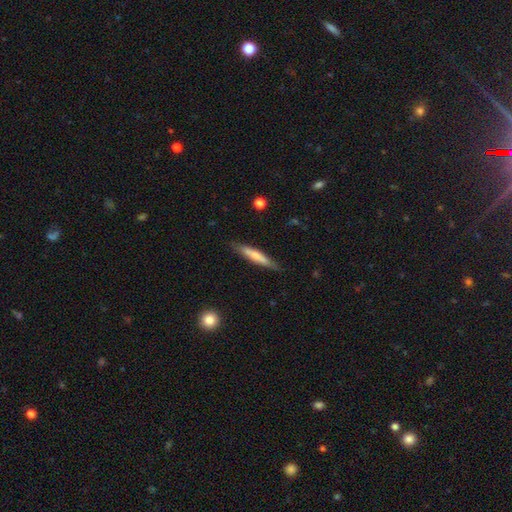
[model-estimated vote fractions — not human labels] This is possibly a smooth galaxy (58%). How rounded: clearly cigar-shaped (90%). Merging: clearly none (84%).